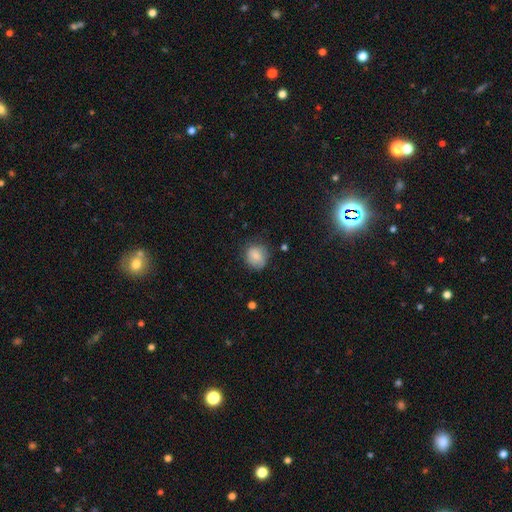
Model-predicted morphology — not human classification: type=smooth (79%); roundness=round (79%); merging=none (69%).